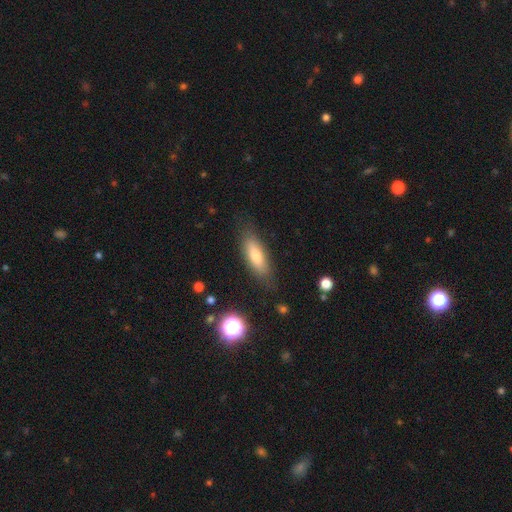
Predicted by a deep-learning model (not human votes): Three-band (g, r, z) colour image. It shows a smooth galaxy with no disk features (71%) that is in between round and cigar-shaped (60%). Merging: none (79%).